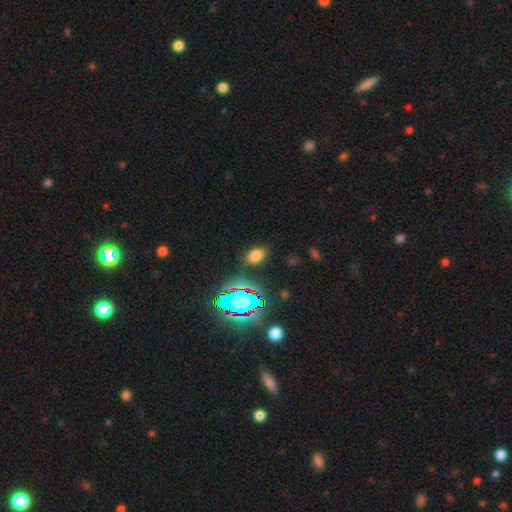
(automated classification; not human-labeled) Overall: smooth (68%). How rounded: in between (82%). Merging: none (83%).